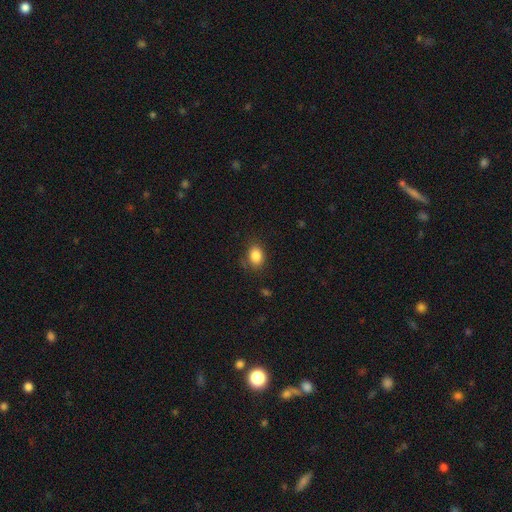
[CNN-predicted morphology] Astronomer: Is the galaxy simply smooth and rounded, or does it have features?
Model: smooth — 85%.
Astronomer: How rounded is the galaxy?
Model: in between — 67%.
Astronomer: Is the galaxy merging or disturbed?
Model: none — 79%.